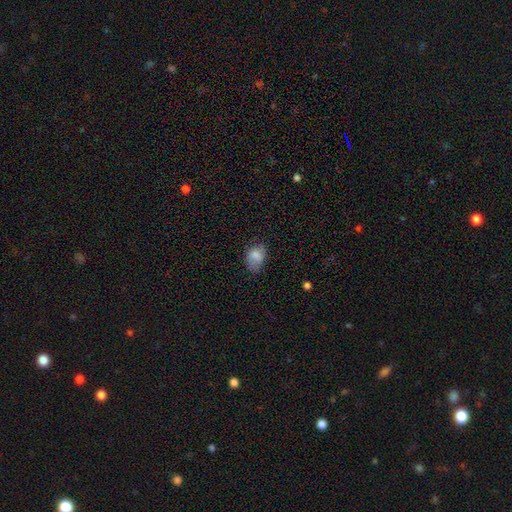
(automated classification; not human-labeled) This appears to be a smooth galaxy with no disk features (81%) that is in between round and cigar-shaped (79%). Merging: none (52%).